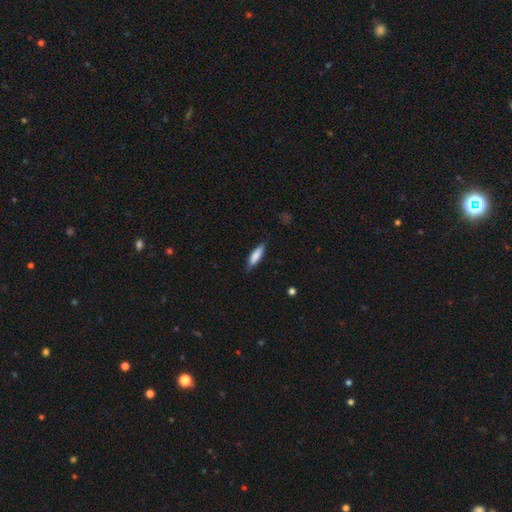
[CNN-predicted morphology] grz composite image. It shows a smooth galaxy with no disk features (83%) that is cigar-shaped (54%). Merging: none (79%).